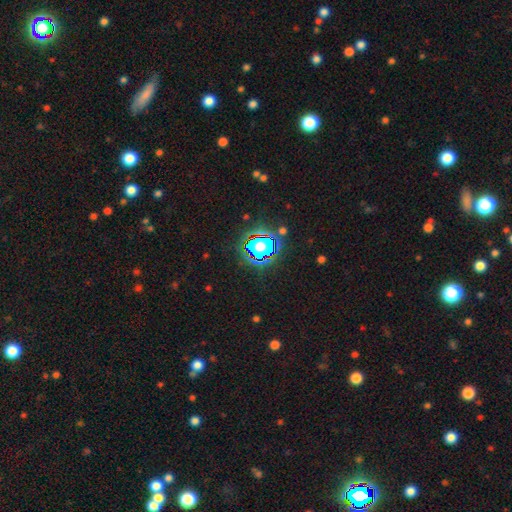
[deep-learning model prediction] star or artifact 81%, smooth 12%, featured or disk 7%.